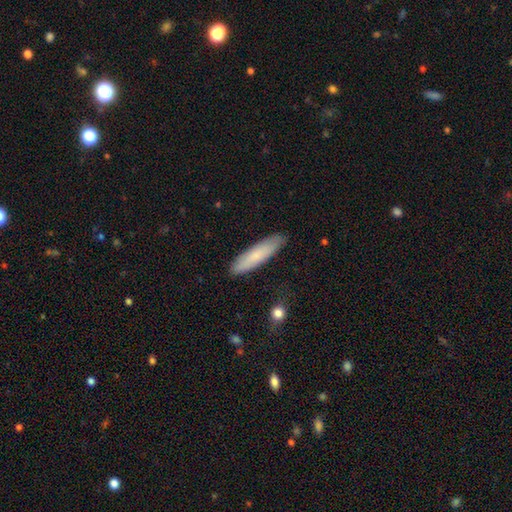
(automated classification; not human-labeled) Morphology: type=smooth (75%); roundness=cigar-shaped (78%); merging=none (87%).